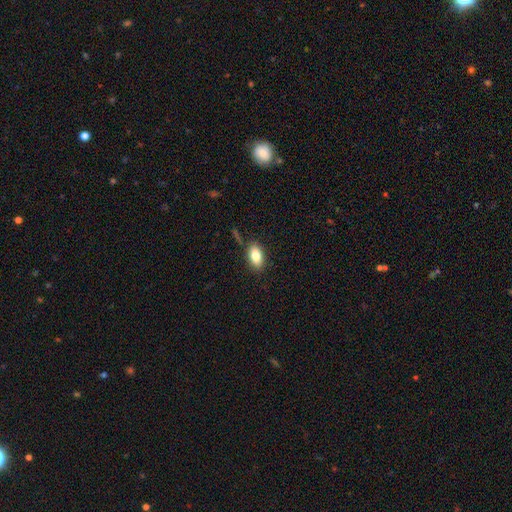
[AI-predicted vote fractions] This is clearly a smooth galaxy (81%). How rounded: clearly in between (89%). Merging: likely none (79%).